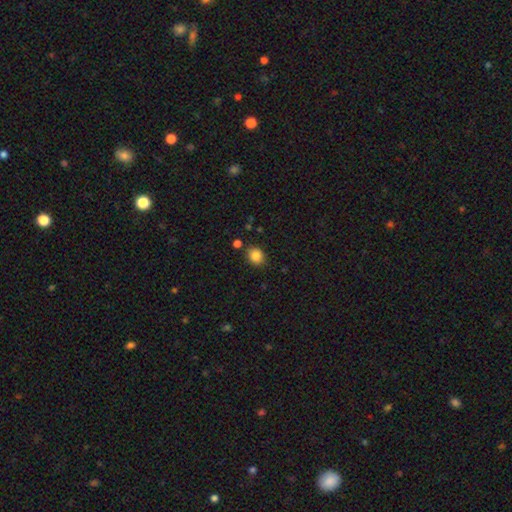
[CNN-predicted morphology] Smooth or featured?
  - smooth: 85% *
  - star or artifact: 10%
  - featured or disk: 5%
How rounded?
  - round: 58% *
  - in between: 41%
  - cigar-shaped: 1%
Merging?
  - none: 83% *
  - minor disturbance: 10%
  - merger: 4%
  - major disturbance: 3%